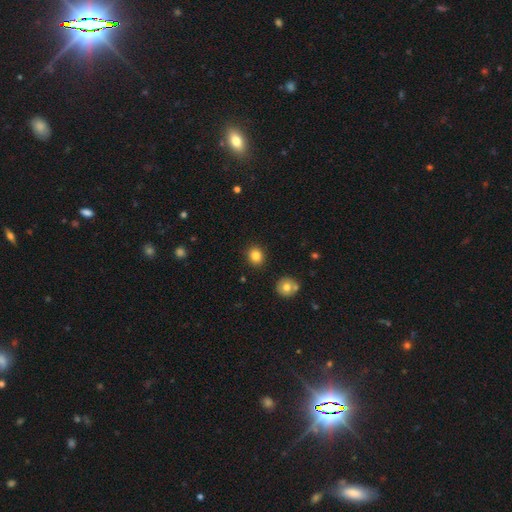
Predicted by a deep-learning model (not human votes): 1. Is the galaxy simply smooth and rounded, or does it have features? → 84% smooth, 11% star or artifact, 6% featured or disk.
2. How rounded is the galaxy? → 79% round, 20% in between, 1% cigar-shaped.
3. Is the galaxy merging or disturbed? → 90% none, 6% minor disturbance, 2% major disturbance, 2% merger.